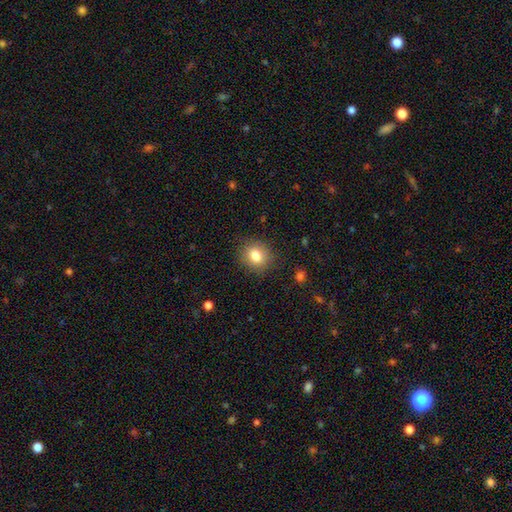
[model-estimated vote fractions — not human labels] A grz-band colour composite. It shows a smooth galaxy with no disk features (82%) that is round (72%). Merging: none (85%).